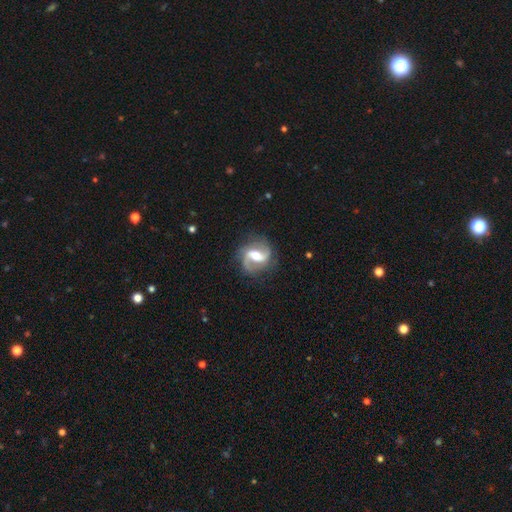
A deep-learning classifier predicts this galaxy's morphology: featured or disk 87%, smooth 8%, star or artifact 5%. Down the decision tree: edge-on disk — no (97%); bar — weak (45%); spiral arms — yes (96%); spiral arm count — 2 (91%); spiral winding — medium (46%); bulge size — moderate (67%); merging — none (79%).